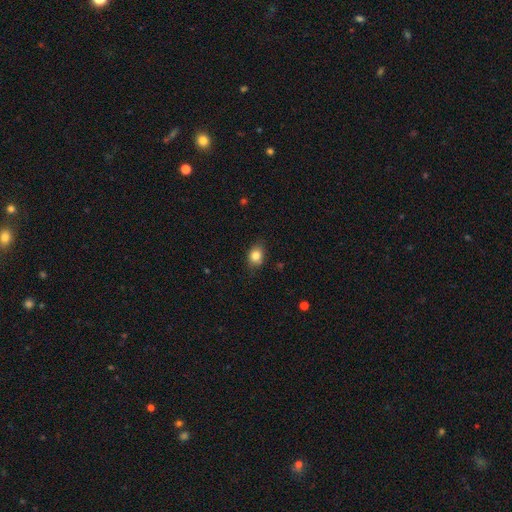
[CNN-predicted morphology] smooth_or_featured: smooth (p=0.82) [alt: star or artifact p=0.10]
how_rounded: round (p=0.50) [alt: in between p=0.49]
merging: none (p=0.79) [alt: minor disturbance p=0.16]